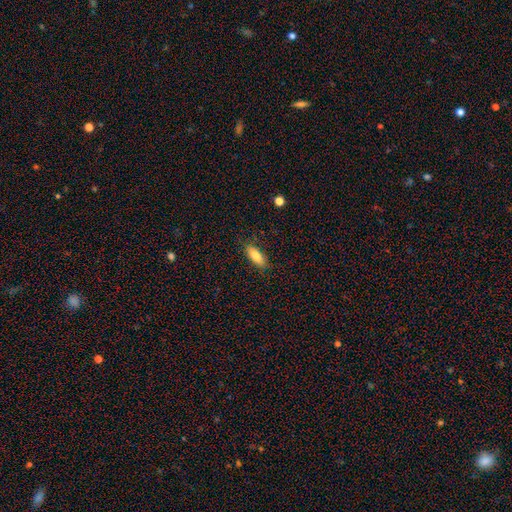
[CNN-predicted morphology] Overall: smooth (82%). How rounded: in between (69%; cigar-shaped 29%). Merging: none (85%).